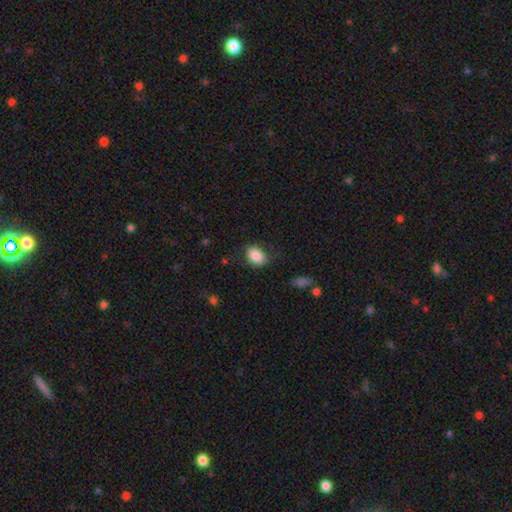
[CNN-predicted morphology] Overall: smooth (85%). How rounded: in between (74%). Merging: none (77%).